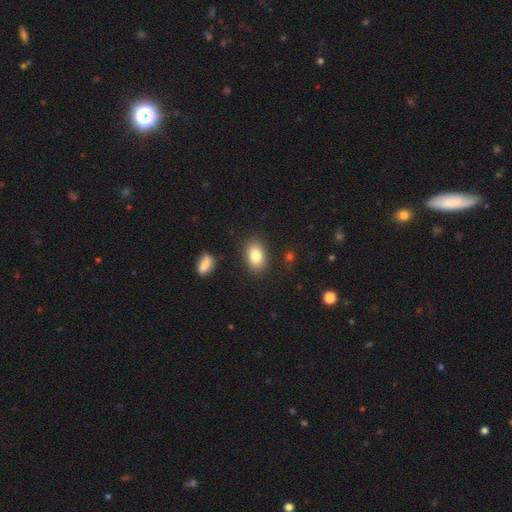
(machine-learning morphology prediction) The model was most divided on "smooth or featured": smooth: 82%, featured or disk: 9%, star or artifact: 8%. More confident: how rounded — in between (86%); merging — none (85%).